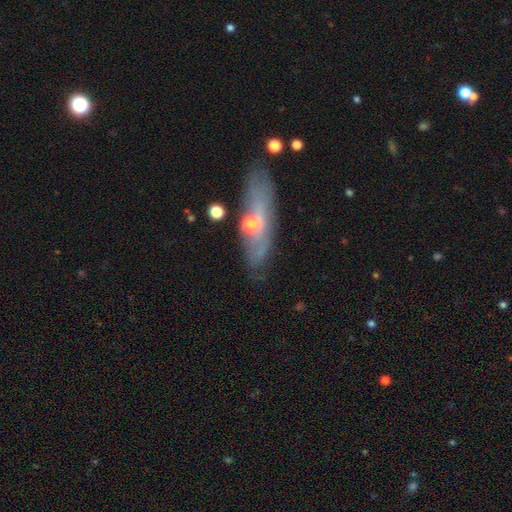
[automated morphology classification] smooth_or_featured: featured or disk (p=0.52) [alt: smooth p=0.37]
disk_edge_on: no (p=0.53) [alt: yes p=0.47]
merging: none (p=0.74) [alt: minor disturbance p=0.15]